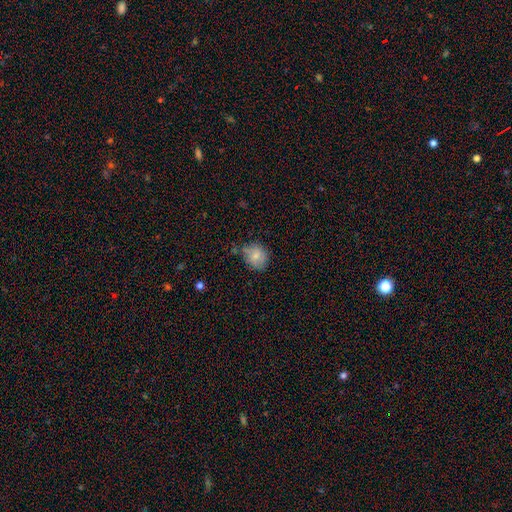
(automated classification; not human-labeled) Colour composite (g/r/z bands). It shows a smooth galaxy with no disk features (79%) that is round (68%). Merging: none (61%).